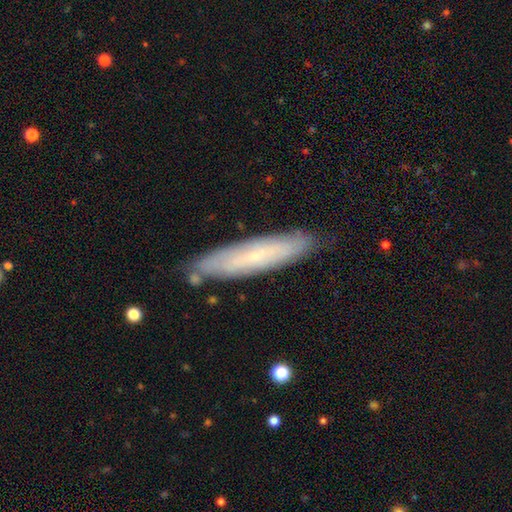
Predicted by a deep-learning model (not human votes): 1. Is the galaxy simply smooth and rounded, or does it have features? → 47% smooth, 45% featured or disk, 8% star or artifact.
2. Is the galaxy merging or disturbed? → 84% none, 12% minor disturbance, 2% merger, 2% major disturbance.